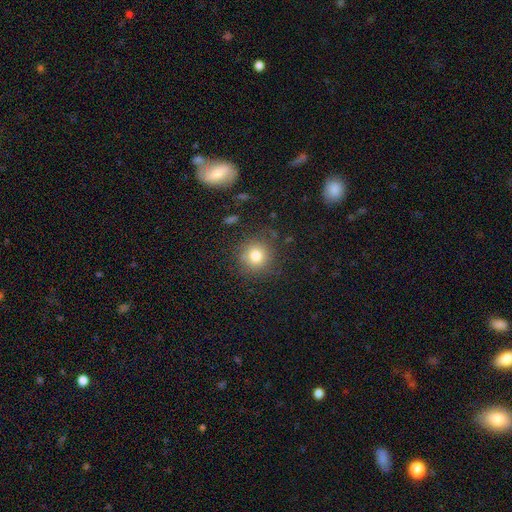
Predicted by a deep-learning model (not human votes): Smooth or featured?
  - smooth: 78% *
  - star or artifact: 13%
  - featured or disk: 9%
How rounded?
  - round: 92% *
  - in between: 7%
  - cigar-shaped: 1%
Merging?
  - none: 83% *
  - minor disturbance: 11%
  - major disturbance: 4%
  - merger: 2%